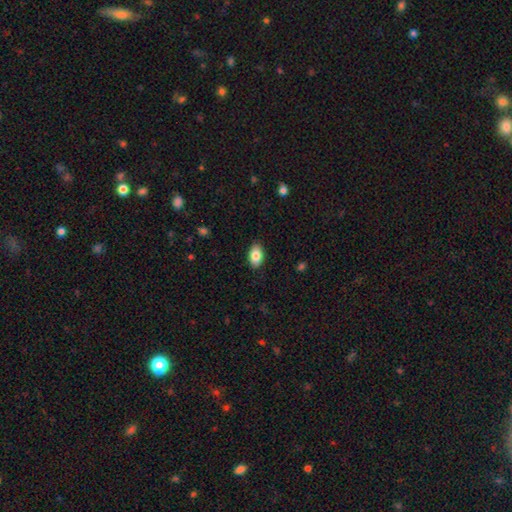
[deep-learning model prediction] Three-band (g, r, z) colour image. It shows a smooth galaxy with no disk features (84%) that is in between round and cigar-shaped (92%). Merging: none (89%).